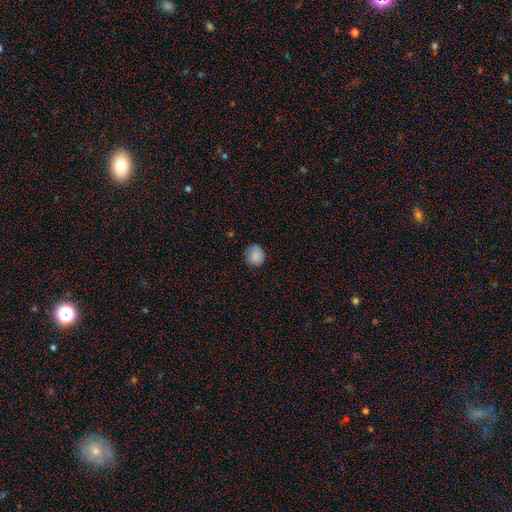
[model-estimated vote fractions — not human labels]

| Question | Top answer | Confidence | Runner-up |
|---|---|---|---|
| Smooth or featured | smooth | 84% | star or artifact (8%) |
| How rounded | round | 87% | in between (12%) |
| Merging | none | 76% | minor disturbance (19%) |